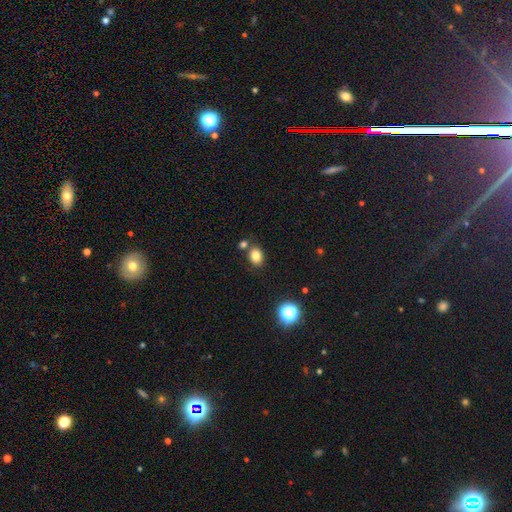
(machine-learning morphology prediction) The model was most divided on "how rounded": in between: 63%, round: 36%, cigar-shaped: 1%. More confident: smooth or featured — smooth (82%); merging — none (73%).